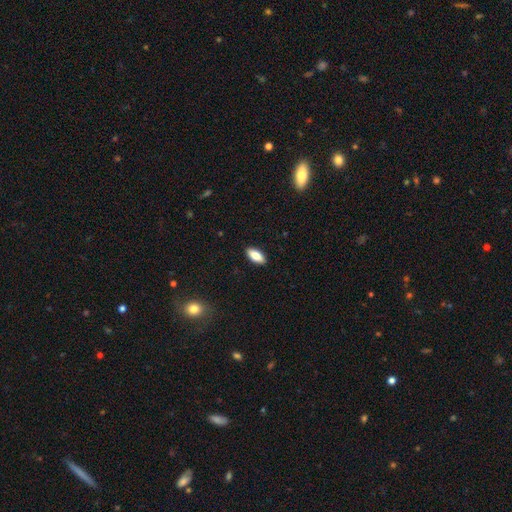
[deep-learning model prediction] Smooth or featured? Predicted: smooth (p=0.81). How rounded? Predicted: in between (p=0.87). Merging? Predicted: none (p=0.90).